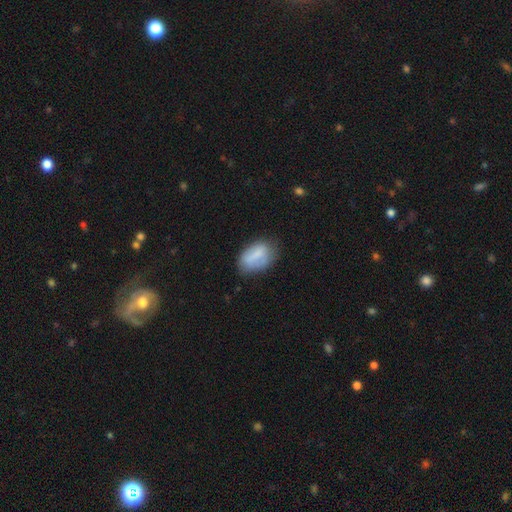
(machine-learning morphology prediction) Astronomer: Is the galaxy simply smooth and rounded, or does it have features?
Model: smooth — 71%.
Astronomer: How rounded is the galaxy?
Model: in between — 89%.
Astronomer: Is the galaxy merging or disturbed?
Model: none — 61%.